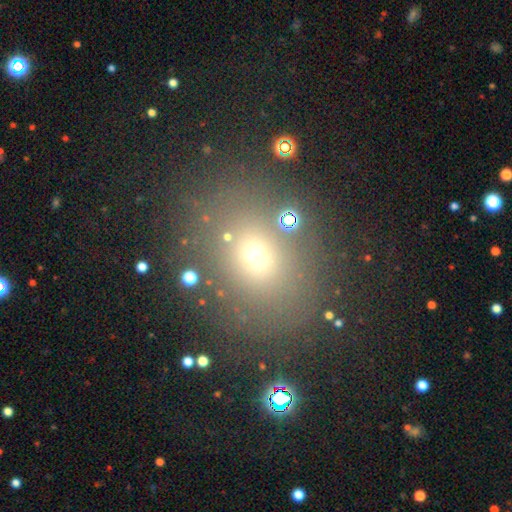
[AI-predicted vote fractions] The model was most divided on "how rounded": round: 64%, in between: 35%, cigar-shaped: 1%. More confident: merging — none (79%); smooth or featured — smooth (60%).